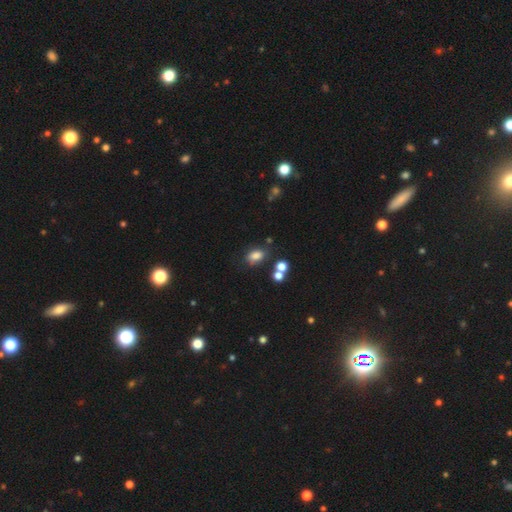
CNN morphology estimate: Overall: smooth (80%). How rounded: in between (80%). Merging: none (65%).